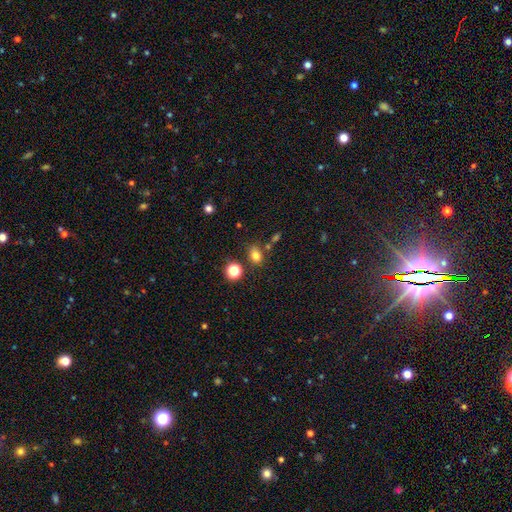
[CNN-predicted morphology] smooth-or-featured: smooth: 76% | star or artifact: 16% | featured or disk: 8%
  how-rounded: in between: 56% | round: 43% | cigar-shaped: 1%
  merging: none: 71% | minor disturbance: 14% | merger: 10% | major disturbance: 4%